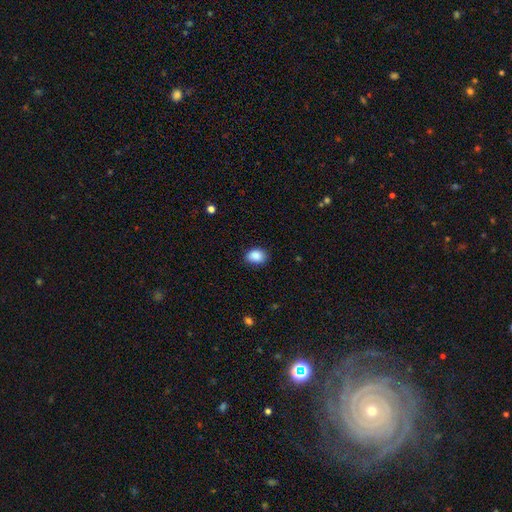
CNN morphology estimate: smooth_or_featured: smooth (p=0.88) [alt: star or artifact p=0.08]
how_rounded: in between (p=0.70) [alt: round p=0.29]
merging: none (p=0.80) [alt: minor disturbance p=0.16]